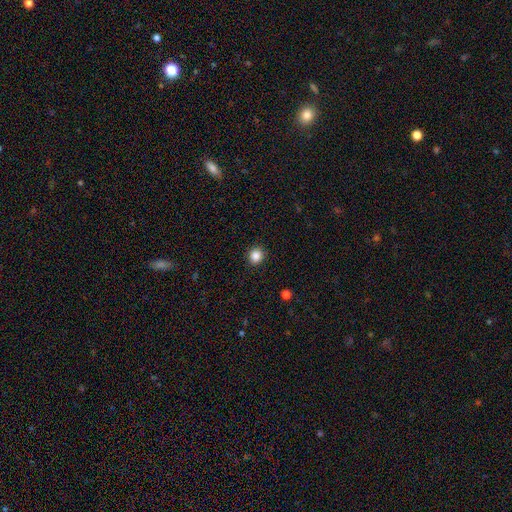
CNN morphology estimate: This appears to be a smooth galaxy with no disk features (85%) that is round (86%). Merging: none (91%).